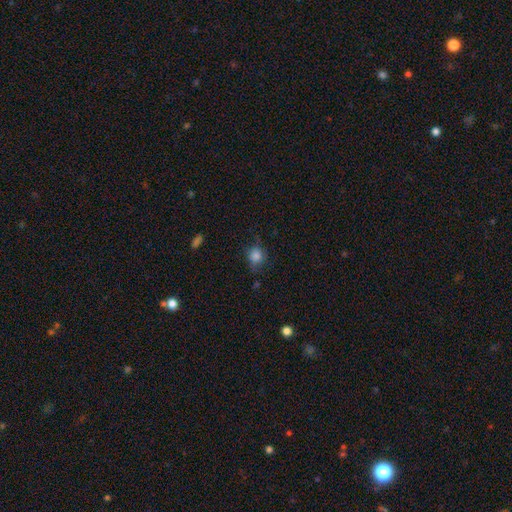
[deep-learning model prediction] Smooth or featured? smooth (82%)
How rounded? round (82%)
Merging? none (68%)